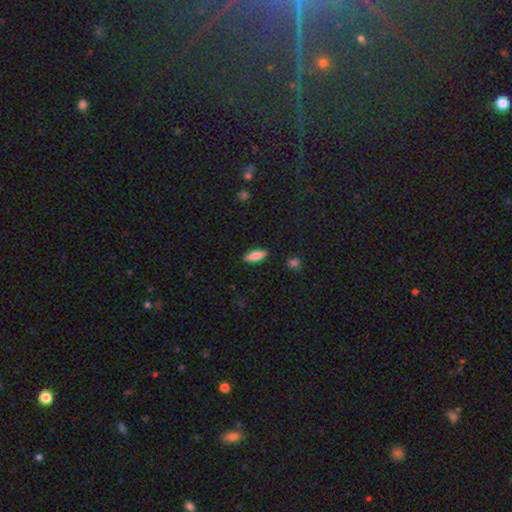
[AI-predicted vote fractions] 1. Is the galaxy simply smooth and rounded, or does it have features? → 82% smooth, 12% featured or disk, 7% star or artifact.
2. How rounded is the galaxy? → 66% in between, 32% cigar-shaped, 2% round.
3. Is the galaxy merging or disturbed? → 88% none, 9% minor disturbance, 2% major disturbance, 1% merger.